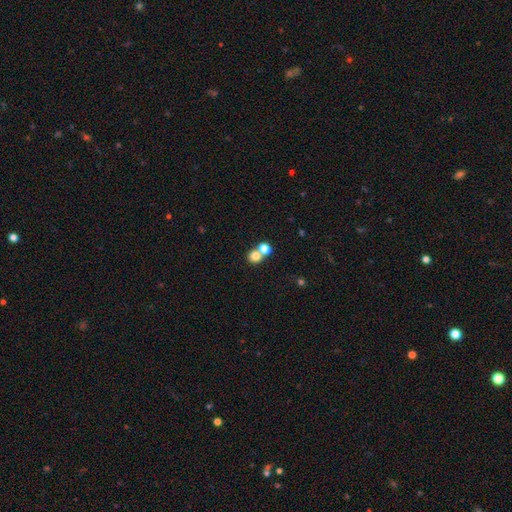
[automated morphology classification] smooth 78%, star or artifact 13%, featured or disk 10%. Down the decision tree: how rounded — round (82%); merging — merger (47%).